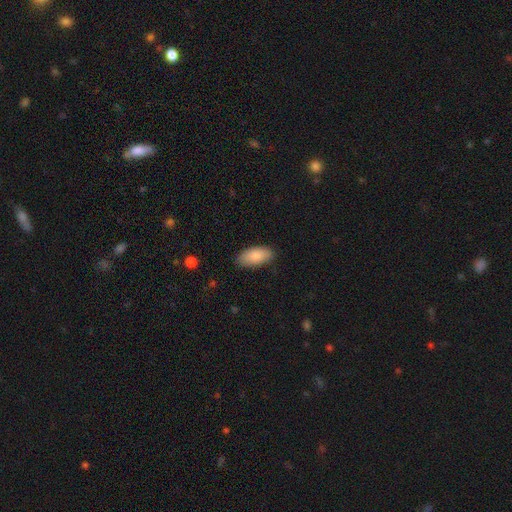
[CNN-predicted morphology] smooth-or-featured: smooth: 86% | featured or disk: 8% | star or artifact: 6%
  how-rounded: in between: 92% | cigar-shaped: 6% | round: 2%
  merging: none: 85% | minor disturbance: 12% | major disturbance: 2% | merger: 1%